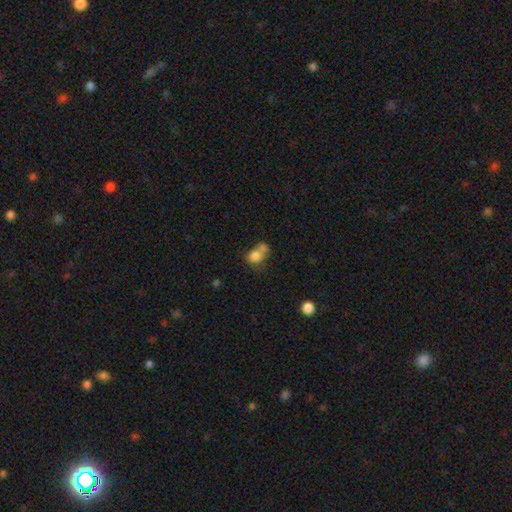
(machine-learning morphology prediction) This is likely a smooth galaxy (77%). How rounded: likely round (60%). Merging: possibly merger (49%).